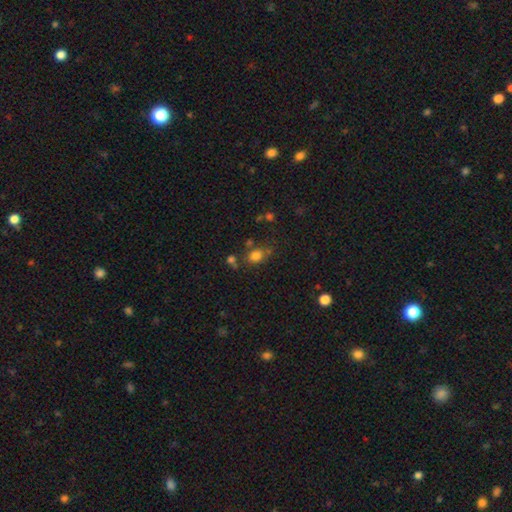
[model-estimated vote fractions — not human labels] This is likely a smooth galaxy (78%). How rounded: possibly in between (54%). Merging: likely none (62%).